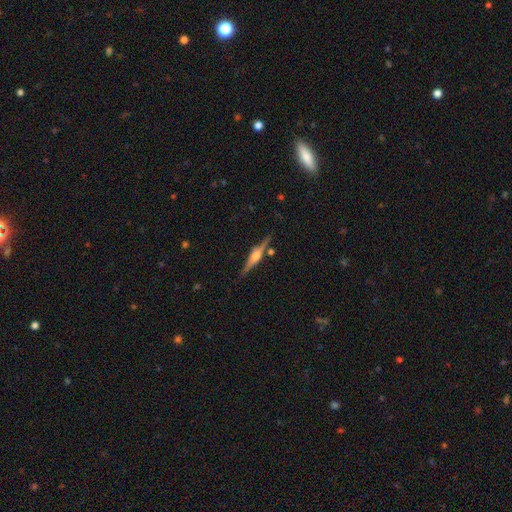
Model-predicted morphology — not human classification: Smooth or featured: featured or disk — 81% (smooth — 13%)
Edge-on disk: yes — 98% (no — 2%)
Edge-on bulge: rounded — 88% (boxy — 9%)
Merging: none — 85% (minor disturbance — 9%)